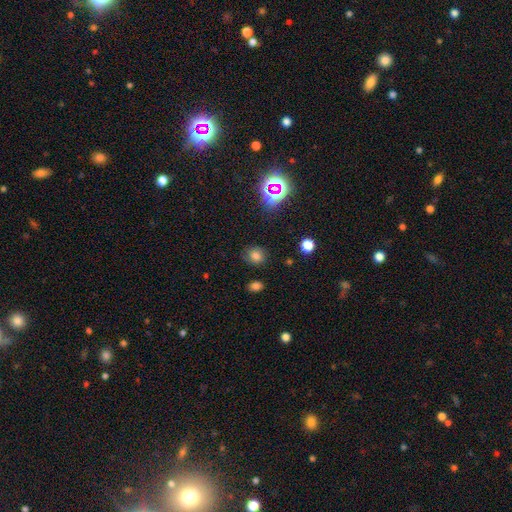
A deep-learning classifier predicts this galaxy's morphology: Smooth or featured?
  - smooth: 74% *
  - star or artifact: 18%
  - featured or disk: 8%
How rounded?
  - round: 73% *
  - in between: 26%
  - cigar-shaped: 1%
Merging?
  - none: 81% *
  - minor disturbance: 13%
  - major disturbance: 4%
  - merger: 2%